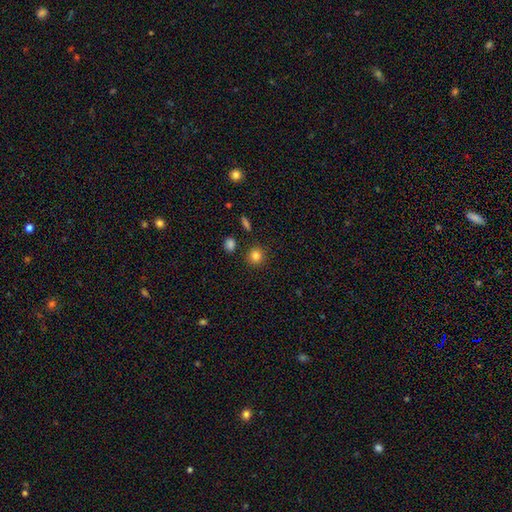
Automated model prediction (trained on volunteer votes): This appears to be a smooth galaxy with no disk features (84%) that is round (90%). Merging: none (88%).